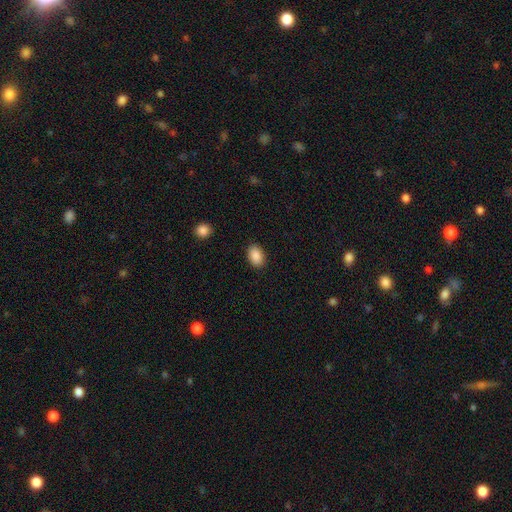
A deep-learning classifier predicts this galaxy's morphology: smooth_or_featured: smooth (p=0.89) [alt: star or artifact p=0.07]
how_rounded: in between (p=0.87) [alt: round p=0.11]
merging: none (p=0.89) [alt: minor disturbance p=0.08]